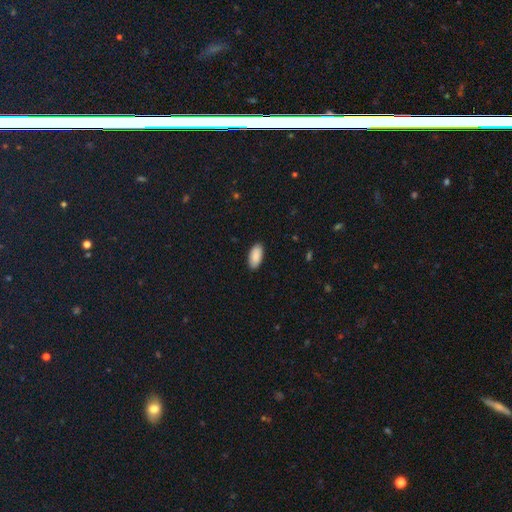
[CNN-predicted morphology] smooth-or-featured: smooth: 91% | star or artifact: 6% | featured or disk: 3%
  how-rounded: in between: 93% | cigar-shaped: 5% | round: 2%
  merging: none: 90% | minor disturbance: 8% | major disturbance: 2% | merger: 1%